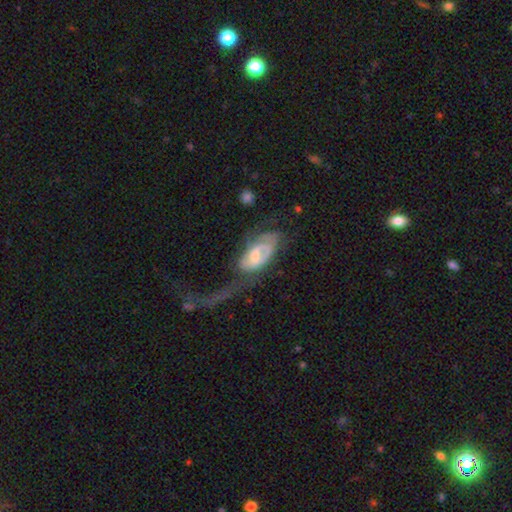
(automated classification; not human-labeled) The model was most divided on "bar": no: 48%, weak: 40%, strong: 12%. Remaining: edge-on disk — no (93%); spiral arms — yes (77%); smooth or featured — featured or disk (67%); merging — major disturbance (57%); bulge size — moderate (46%).